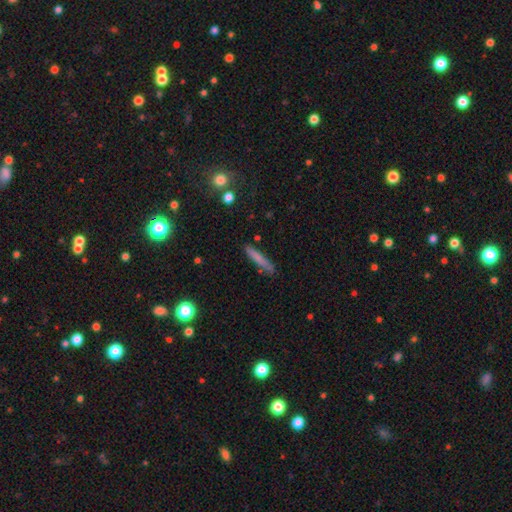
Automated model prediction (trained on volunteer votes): Smooth or featured? smooth (68%)
How rounded? cigar-shaped (93%)
Merging? none (84%)